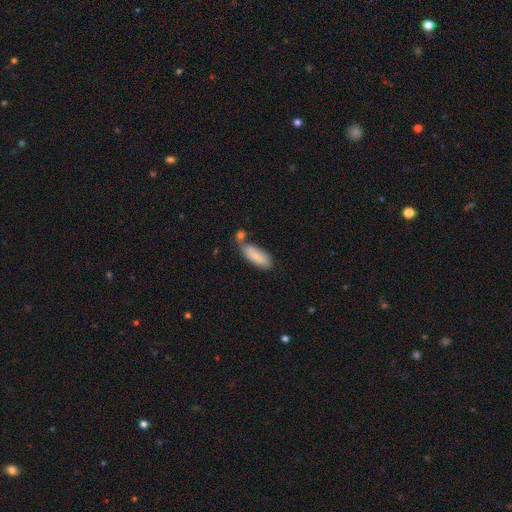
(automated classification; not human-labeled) This is clearly a smooth galaxy (86%). How rounded: likely in between (67%). Merging: possibly none (51%).